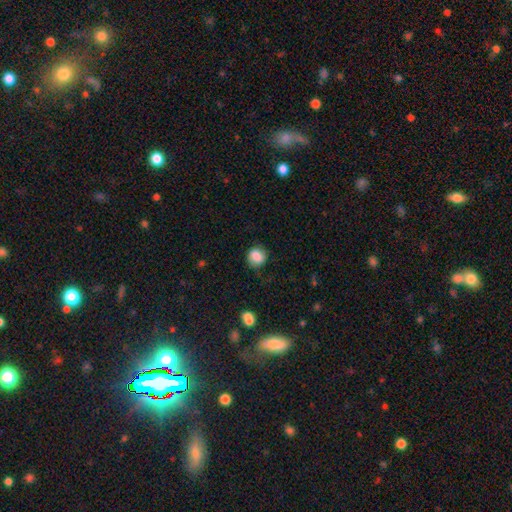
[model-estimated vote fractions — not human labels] Smooth or featured? smooth (82%)
How rounded? round (72%)
Merging? none (74%)